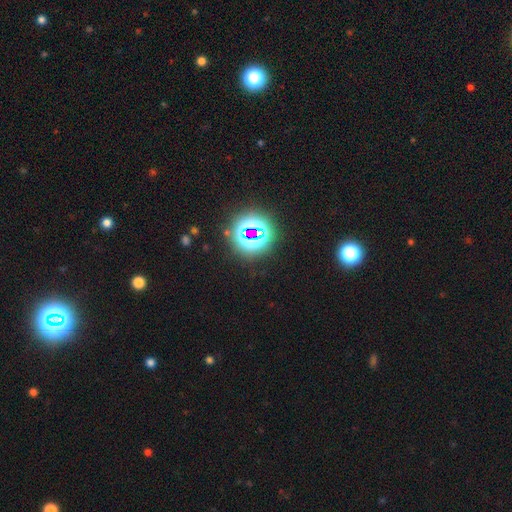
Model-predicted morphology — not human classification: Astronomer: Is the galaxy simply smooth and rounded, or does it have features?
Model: star or artifact — 80%.